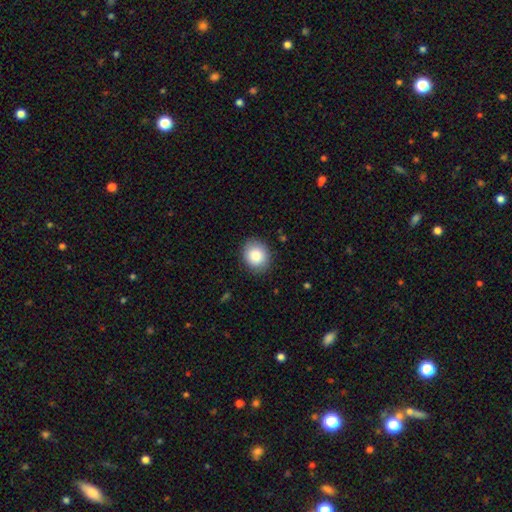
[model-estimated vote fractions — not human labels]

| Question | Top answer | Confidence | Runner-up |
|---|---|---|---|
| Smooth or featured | smooth | 87% | star or artifact (7%) |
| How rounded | round | 67% | in between (32%) |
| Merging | none | 86% | minor disturbance (10%) |